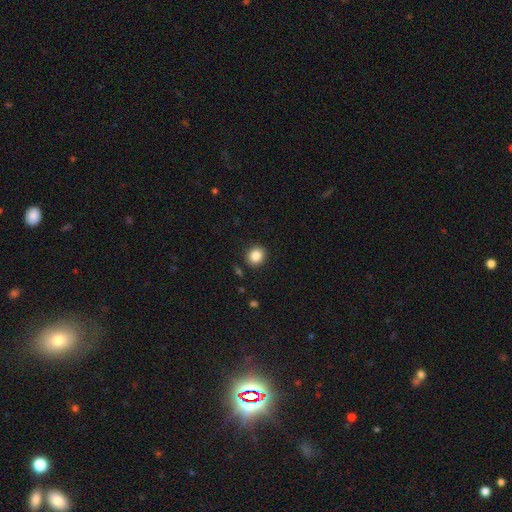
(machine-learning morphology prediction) smooth-or-featured: smooth: 85% | star or artifact: 10% | featured or disk: 6%
  how-rounded: round: 79% | in between: 20% | cigar-shaped: 1%
  merging: none: 90% | minor disturbance: 6% | major disturbance: 2% | merger: 2%